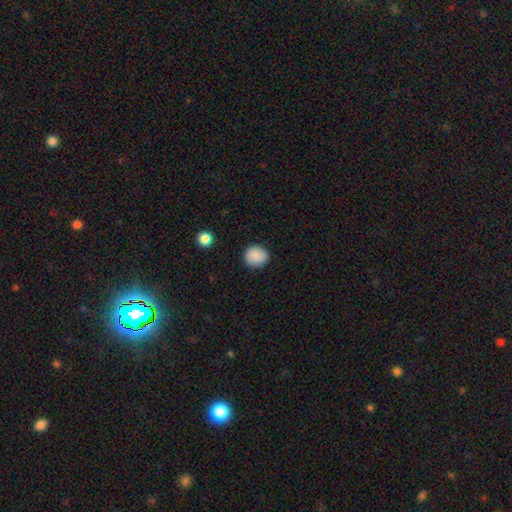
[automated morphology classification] Smooth or featured: smooth — 88% (star or artifact — 8%)
How rounded: round — 84% (in between — 15%)
Merging: none — 88% (minor disturbance — 9%)